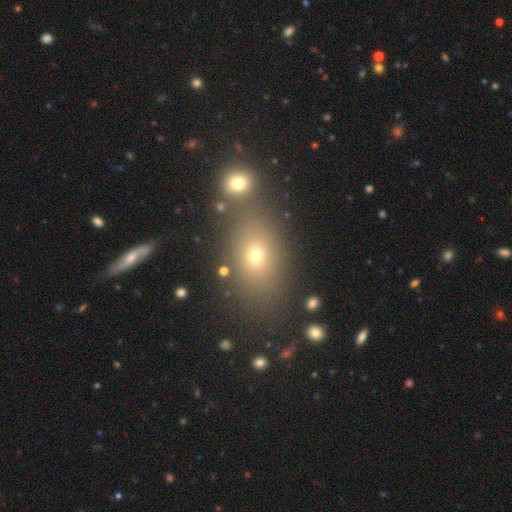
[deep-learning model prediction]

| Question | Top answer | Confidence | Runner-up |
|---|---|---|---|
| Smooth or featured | smooth | 64% | star or artifact (20%) |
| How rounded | in between | 71% | round (27%) |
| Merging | none | 68% | merger (17%) |